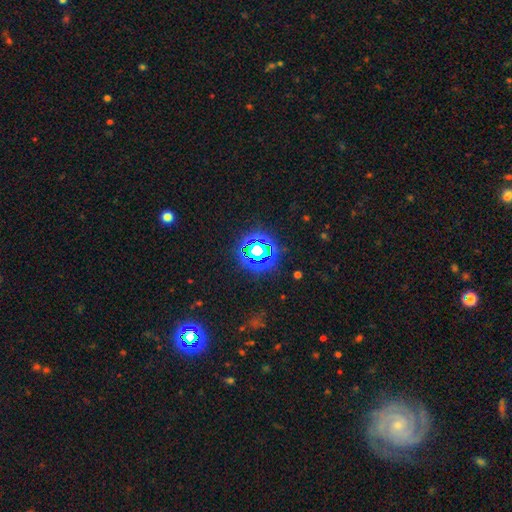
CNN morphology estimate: Smooth or featured?
  - star or artifact: 74% *
  - smooth: 17%
  - featured or disk: 9%